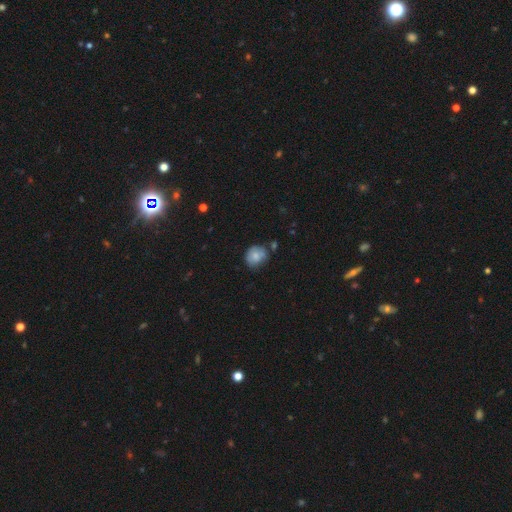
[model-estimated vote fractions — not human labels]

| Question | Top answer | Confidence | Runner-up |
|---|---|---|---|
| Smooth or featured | smooth | 76% | featured or disk (15%) |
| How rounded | round | 71% | in between (28%) |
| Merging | none | 59% | minor disturbance (28%) |